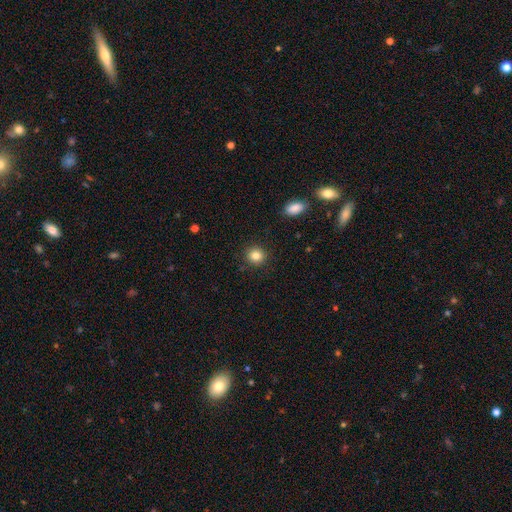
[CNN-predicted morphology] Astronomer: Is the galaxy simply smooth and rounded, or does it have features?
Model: smooth — 84%.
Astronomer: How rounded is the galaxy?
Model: round — 89%.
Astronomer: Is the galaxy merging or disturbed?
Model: none — 90%.